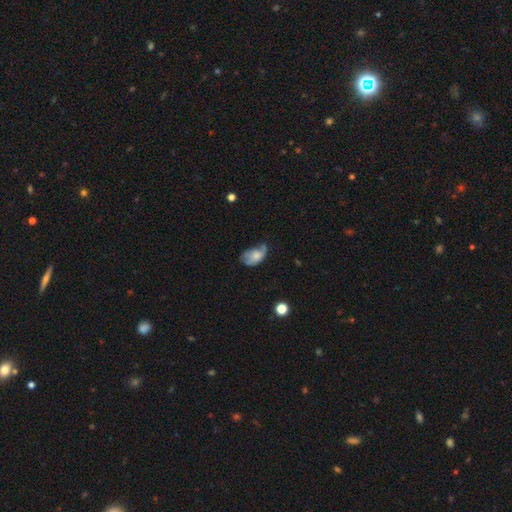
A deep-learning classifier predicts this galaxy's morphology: type=smooth (62%); roundness=in between (89%); merging=minor disturbance (39%).